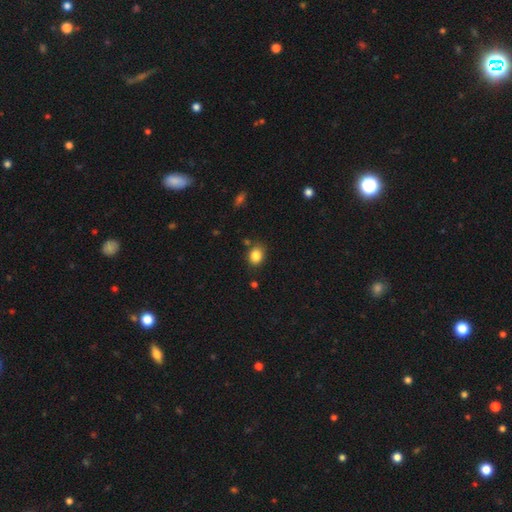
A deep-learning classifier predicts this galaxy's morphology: smooth-or-featured: smooth: 85% | star or artifact: 10% | featured or disk: 5%
  how-rounded: round: 55% | in between: 44% | cigar-shaped: 1%
  merging: none: 78% | minor disturbance: 14% | merger: 4% | major disturbance: 3%